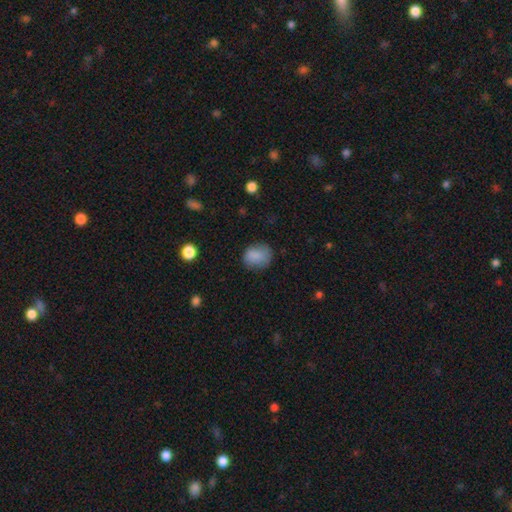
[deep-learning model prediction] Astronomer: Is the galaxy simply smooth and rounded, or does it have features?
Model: smooth — 85%.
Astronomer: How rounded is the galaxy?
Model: round — 55% (runner-up: in between, 44%).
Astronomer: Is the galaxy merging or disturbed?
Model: none — 73%.